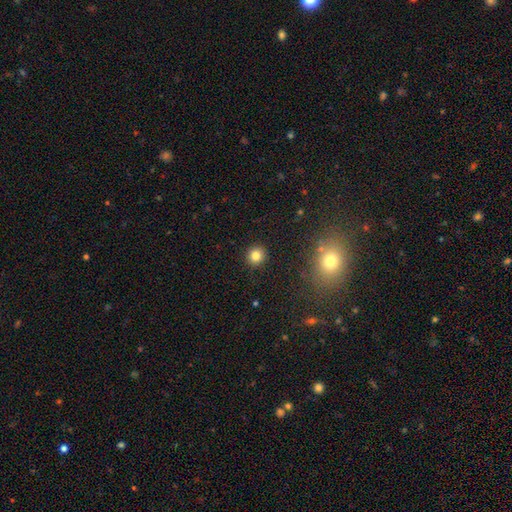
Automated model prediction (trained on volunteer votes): Smooth or featured? smooth (82%)
How rounded? round (92%)
Merging? none (92%)